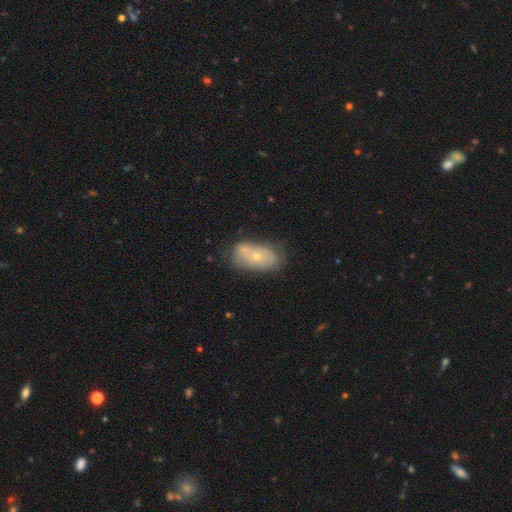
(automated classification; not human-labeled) smooth 49%, featured or disk 43%, star or artifact 9%. Down the decision tree: merging — none (56%).